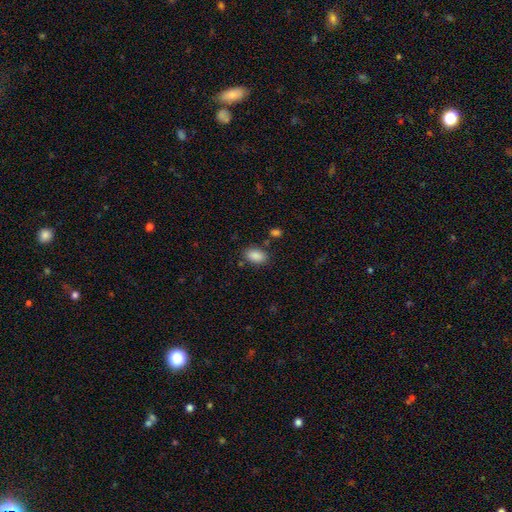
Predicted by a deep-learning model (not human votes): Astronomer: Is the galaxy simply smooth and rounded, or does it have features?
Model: smooth — 89%.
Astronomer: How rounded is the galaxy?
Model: in between — 91%.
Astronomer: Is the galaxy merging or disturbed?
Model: none — 81%.